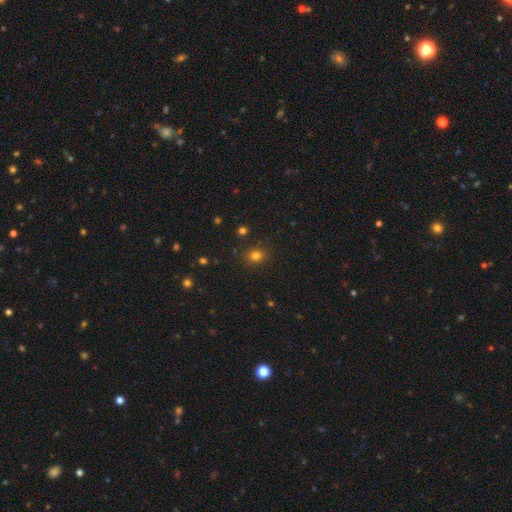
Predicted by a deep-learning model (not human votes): Smooth or featured: smooth — 79% (star or artifact — 16%)
How rounded: round — 70% (in between — 30%)
Merging: none — 87% (minor disturbance — 8%)